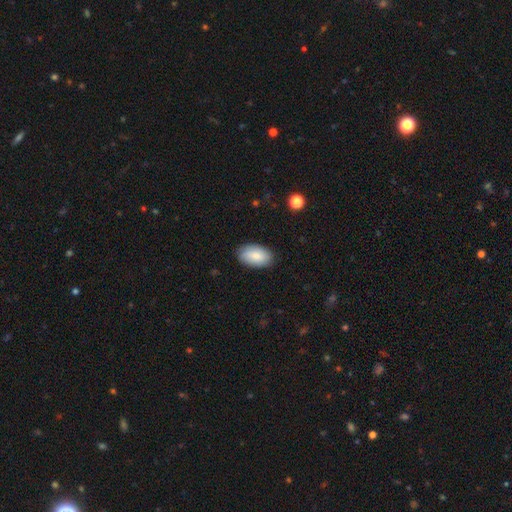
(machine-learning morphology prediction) smooth-or-featured: smooth: 81% | featured or disk: 13% | star or artifact: 6%
  how-rounded: in between: 94% | round: 4% | cigar-shaped: 2%
  merging: none: 84% | minor disturbance: 13% | major disturbance: 2% | merger: 1%